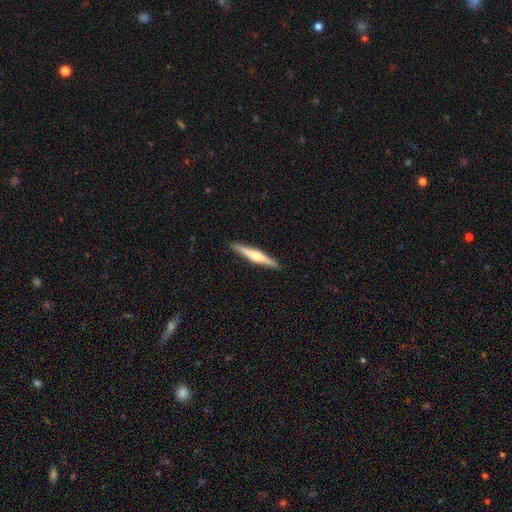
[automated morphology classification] The model was most divided on "smooth or featured": featured or disk: 66%, smooth: 29%, star or artifact: 5%. More confident: edge-on disk — yes (98%); merging — none (92%); edge-on bulge — rounded (87%).